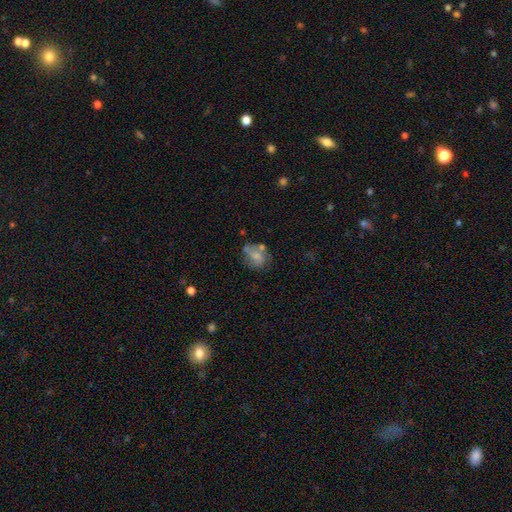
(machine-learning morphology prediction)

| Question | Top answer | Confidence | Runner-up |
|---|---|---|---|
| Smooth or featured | smooth | 50% | featured or disk (40%) |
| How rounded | in between | 62% | round (37%) |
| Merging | none | 40% | minor disturbance (25%) |